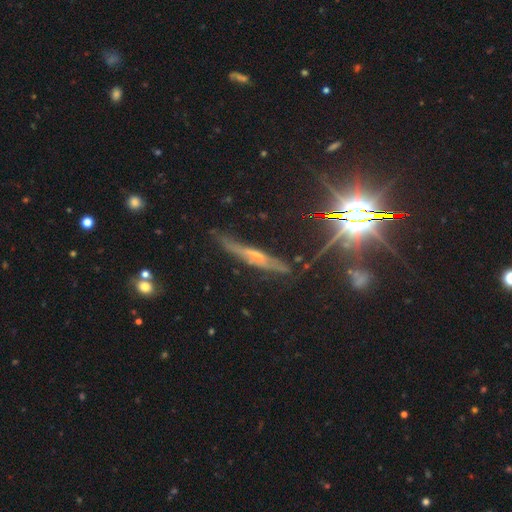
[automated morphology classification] Smooth or featured? Predicted: featured or disk (p=0.56). Edge-on disk? Predicted: yes (p=0.86). Merging? Predicted: none (p=0.70).